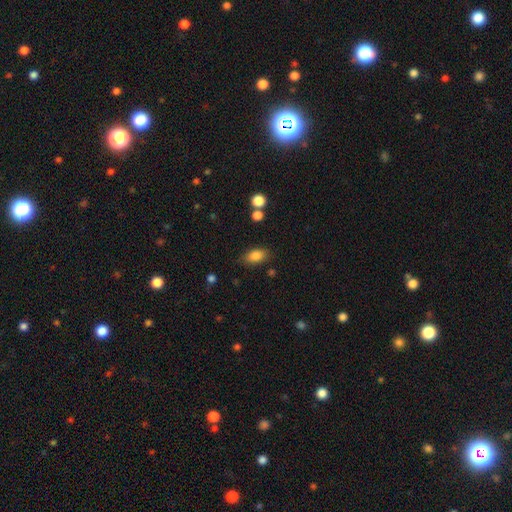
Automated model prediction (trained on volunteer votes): smooth-or-featured: smooth: 83% | star or artifact: 9% | featured or disk: 8%
  how-rounded: in between: 87% | round: 9% | cigar-shaped: 4%
  merging: none: 80% | minor disturbance: 14% | major disturbance: 4% | merger: 3%